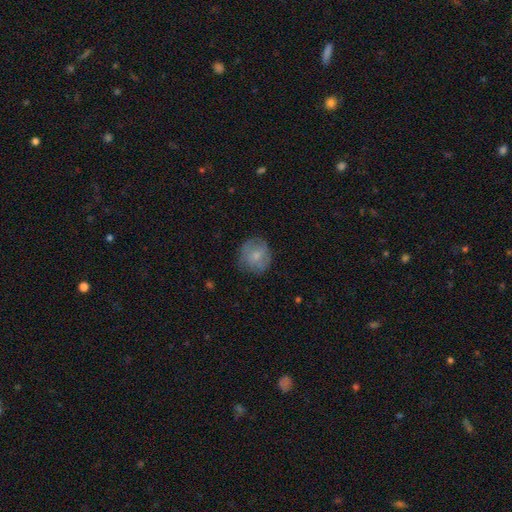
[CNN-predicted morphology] Smooth or featured? smooth (69%)
How rounded? round (83%)
Merging? none (72%)